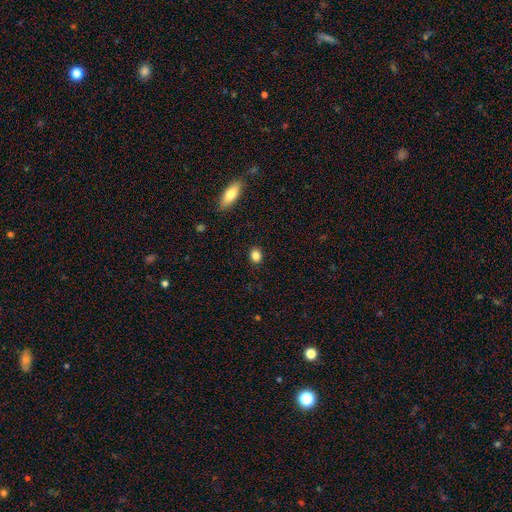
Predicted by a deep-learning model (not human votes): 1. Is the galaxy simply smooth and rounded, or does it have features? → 85% smooth, 10% star or artifact, 6% featured or disk.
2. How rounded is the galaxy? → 49% in between (tied), 49% round (tied), 1% cigar-shaped.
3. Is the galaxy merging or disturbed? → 89% none, 8% minor disturbance, 2% major disturbance, 1% merger.